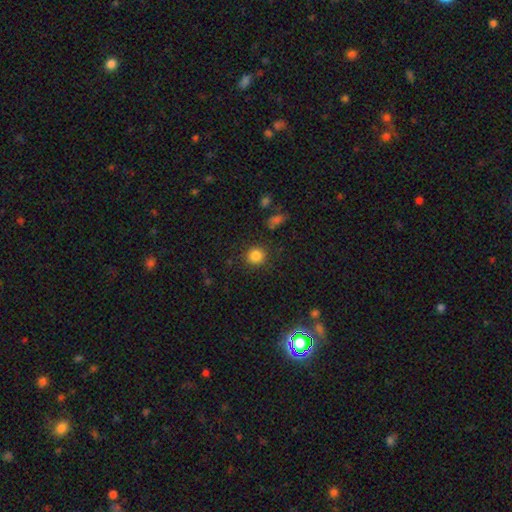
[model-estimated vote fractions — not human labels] This appears to be a smooth galaxy with no disk features (84%) that is round (90%). Merging: none (88%).